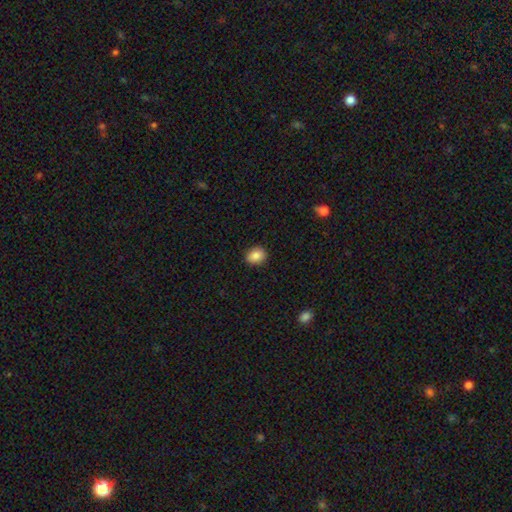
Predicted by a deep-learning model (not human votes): smooth-or-featured: smooth: 86% | star or artifact: 9% | featured or disk: 5%
  how-rounded: round: 53% | in between: 46% | cigar-shaped: 1%
  merging: none: 90% | minor disturbance: 7% | major disturbance: 2% | merger: 1%